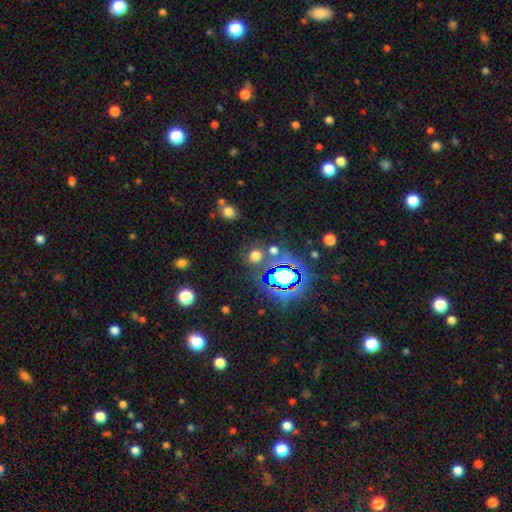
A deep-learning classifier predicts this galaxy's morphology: Smooth or featured? Predicted: smooth (p=0.53). How rounded? Predicted: round (p=0.79). Merging? Predicted: none (p=0.77).